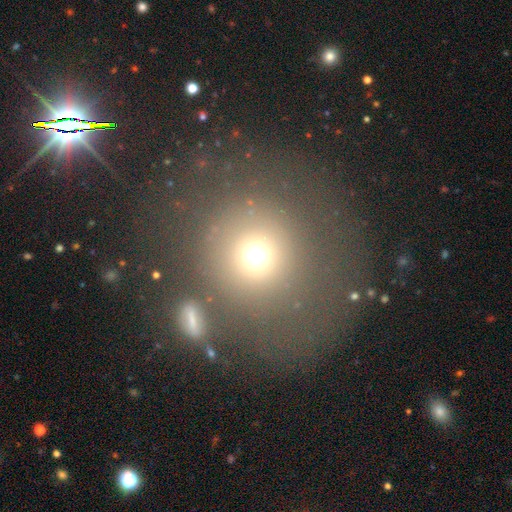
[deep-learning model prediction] Smooth or featured? smooth (68%)
How rounded? round (91%)
Merging? none (73%)